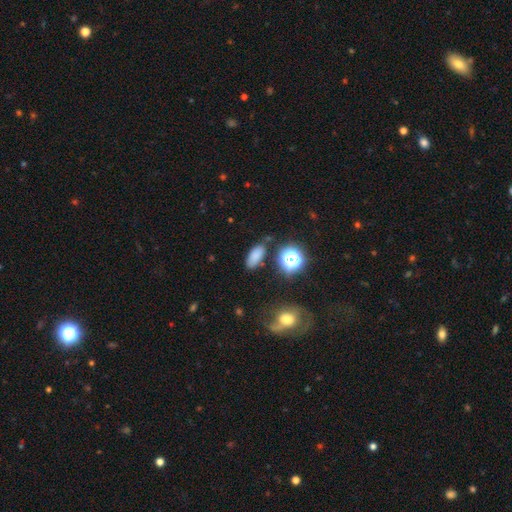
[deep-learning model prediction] Smooth or featured: smooth — 75% (star or artifact — 18%)
How rounded: in between — 83% (round — 9%)
Merging: none — 80% (minor disturbance — 12%)